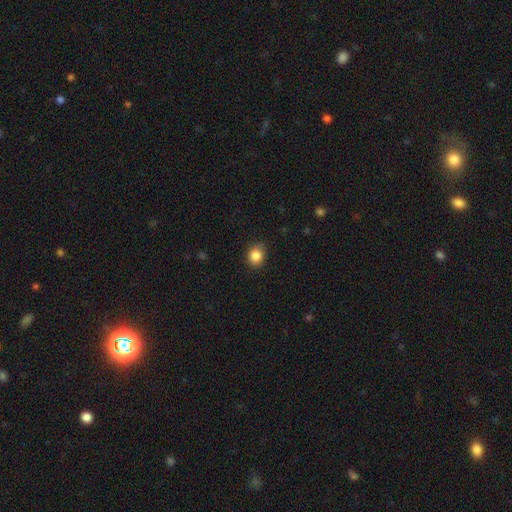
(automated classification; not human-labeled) This is clearly a smooth galaxy (86%). How rounded: likely round (64%). Merging: clearly none (86%).